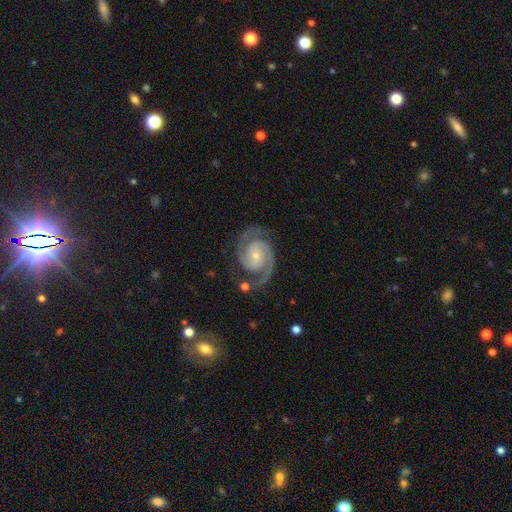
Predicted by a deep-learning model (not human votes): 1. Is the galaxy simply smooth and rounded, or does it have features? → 92% featured or disk, 4% star or artifact, 4% smooth.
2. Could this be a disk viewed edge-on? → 98% no, 2% yes.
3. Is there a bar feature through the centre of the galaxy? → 66% no, 25% weak, 9% strong.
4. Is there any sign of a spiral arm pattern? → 98% yes, 2% no.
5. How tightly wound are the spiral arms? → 47% tight, 45% medium, 7% loose.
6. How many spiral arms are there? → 93% 2, 2% 3, 2% can't tell, 1% 1, 1% 4, 1% more than 4.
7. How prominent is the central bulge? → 66% small, 28% moderate, 3% none, 2% large, 1% dominant.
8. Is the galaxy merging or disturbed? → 77% none, 14% minor disturbance, 6% major disturbance, 3% merger.